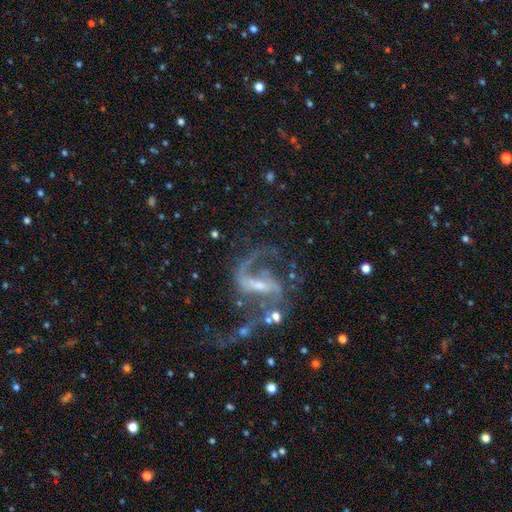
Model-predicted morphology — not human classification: The model was most divided on "spiral winding": loose: 45%, medium: 44%, tight: 11%. Remaining: edge-on disk — no (97%); spiral arms — yes (96%); smooth or featured — featured or disk (88%); spiral arm count — 2 (86%); bulge size — small (65%); bar — strong (52%); merging — none (47%).